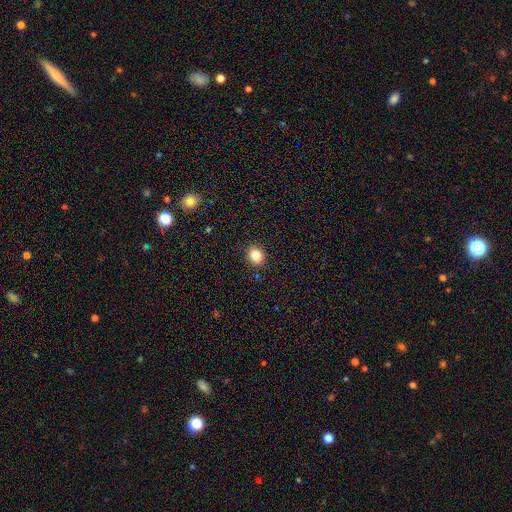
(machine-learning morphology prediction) Smooth or featured: smooth — 84% (star or artifact — 11%)
How rounded: round — 67% (in between — 32%)
Merging: none — 90% (minor disturbance — 7%)